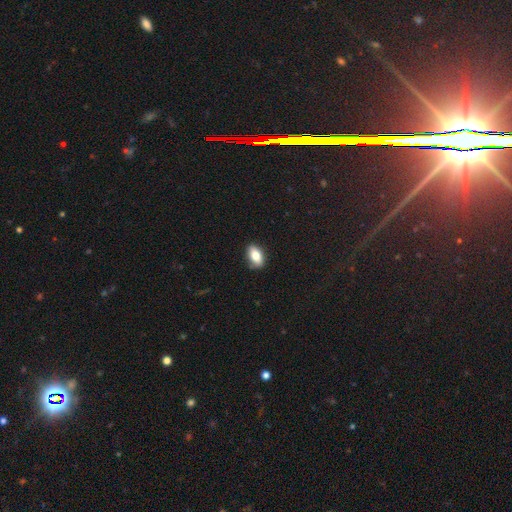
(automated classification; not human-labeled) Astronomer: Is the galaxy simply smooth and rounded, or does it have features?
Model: smooth — 81%.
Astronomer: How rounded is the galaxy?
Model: in between — 89%.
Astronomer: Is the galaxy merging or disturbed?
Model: none — 83%.